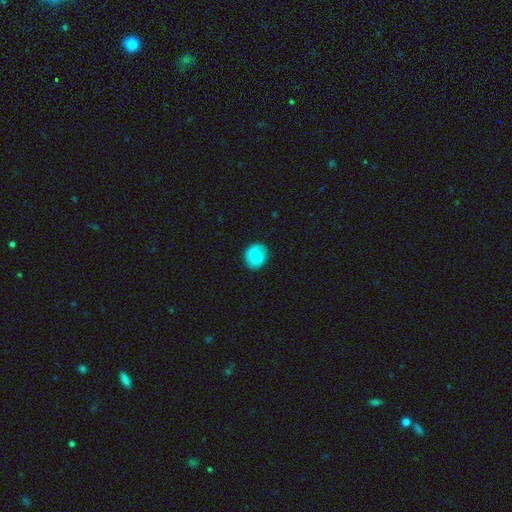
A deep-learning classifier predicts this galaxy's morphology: Smooth or featured: smooth — 66% (featured or disk — 26%)
How rounded: round — 76% (in between — 23%)
Merging: none — 82% (minor disturbance — 13%)